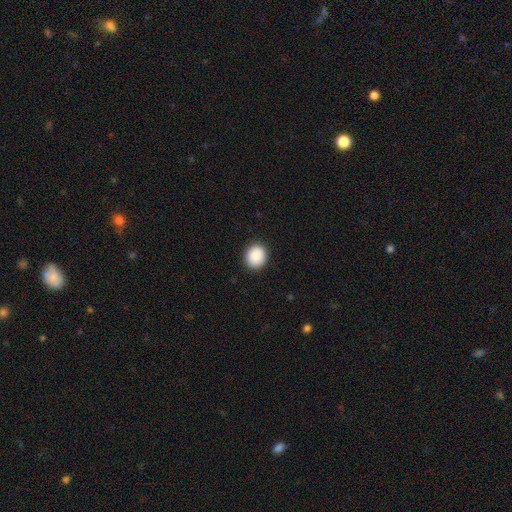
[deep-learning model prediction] Smooth or featured: smooth — 90% (star or artifact — 8%)
How rounded: round — 78% (in between — 21%)
Merging: none — 92% (minor disturbance — 6%)